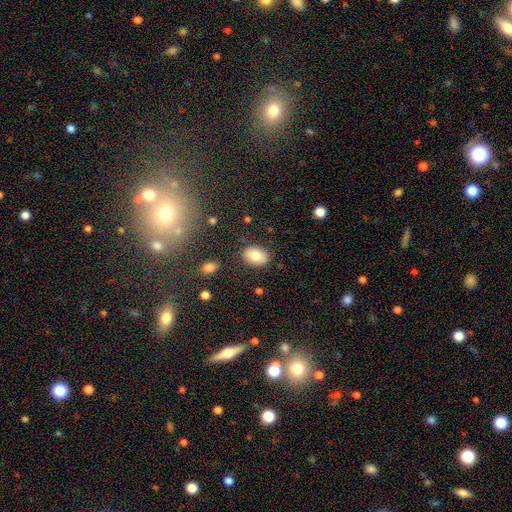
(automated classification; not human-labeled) smooth_or_featured: smooth (p=0.79) [alt: featured or disk p=0.13]
how_rounded: in between (p=0.74) [alt: round p=0.25]
merging: none (p=0.85) [alt: minor disturbance p=0.10]